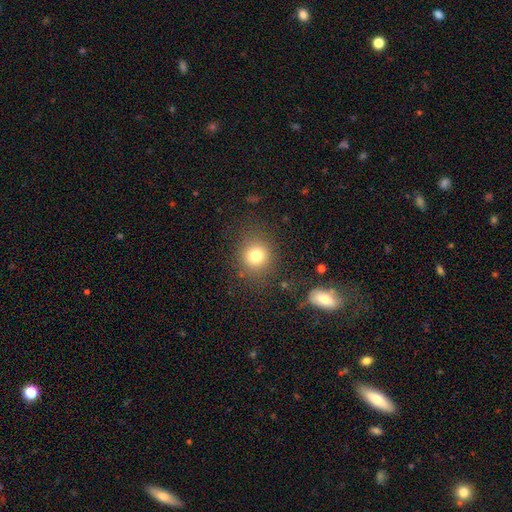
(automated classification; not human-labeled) This is likely a smooth galaxy (79%). How rounded: clearly round (84%). Merging: clearly none (82%).